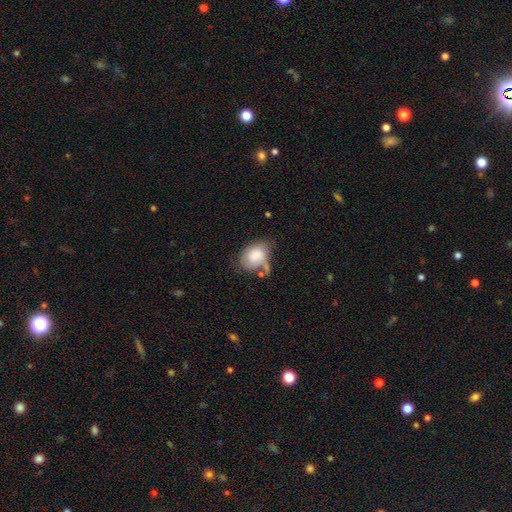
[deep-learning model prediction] A smooth galaxy with no disk features (71%) that is in between round and cigar-shaped (70%).

Vote fractions:
- Smooth or featured? smooth: 71% / featured or disk: 21% / star or artifact: 7%
- How rounded? in between: 70% / round: 29% / cigar-shaped: 1%
- Merging? none: 36% / minor disturbance: 29% / major disturbance: 19% / merger: 16%